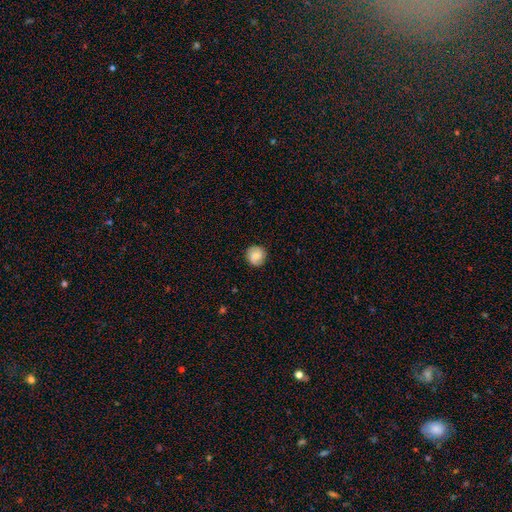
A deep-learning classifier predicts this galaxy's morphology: Smooth or featured? Predicted: smooth (p=0.71). How rounded? Predicted: round (p=0.91). Merging? Predicted: none (p=0.87).